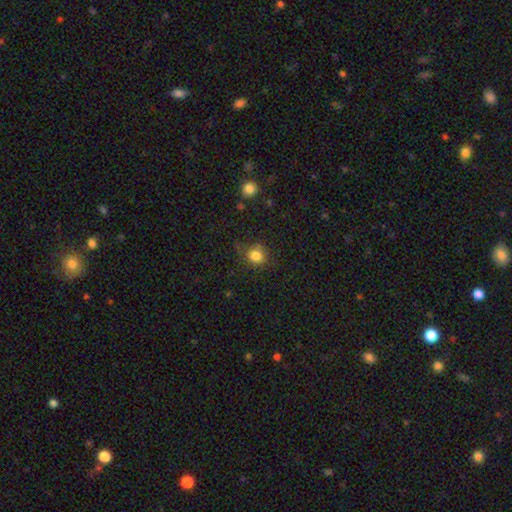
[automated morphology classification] A smooth galaxy with no disk features (82%) that is round (81%). Merging: none (73%).